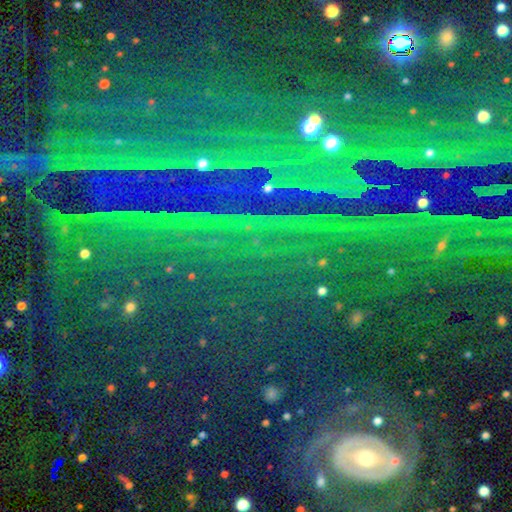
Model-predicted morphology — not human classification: Overall: star or artifact (84%).